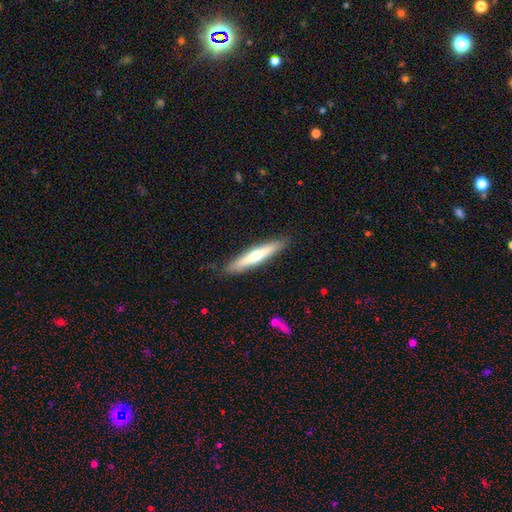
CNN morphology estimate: Overall: featured or disk (48%; smooth 46%). Merging: none (89%).